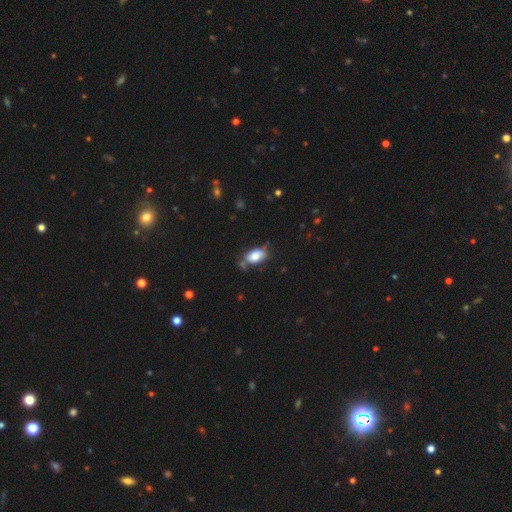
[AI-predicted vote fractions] Smooth or featured? smooth (81%)
How rounded? in between (91%)
Merging? none (60%)